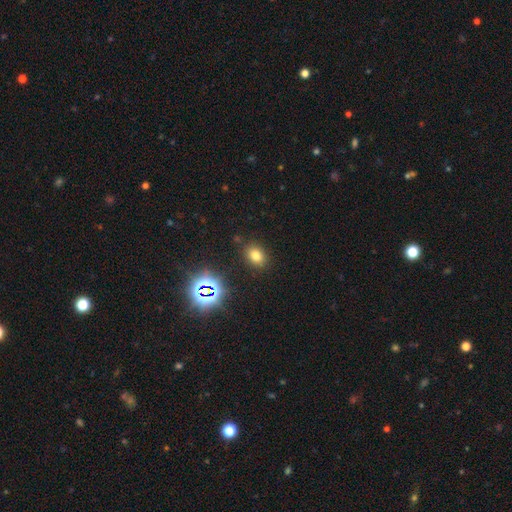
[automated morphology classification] Smooth or featured? Predicted: smooth (p=0.72). How rounded? Predicted: in between (p=0.65). Merging? Predicted: none (p=0.86).